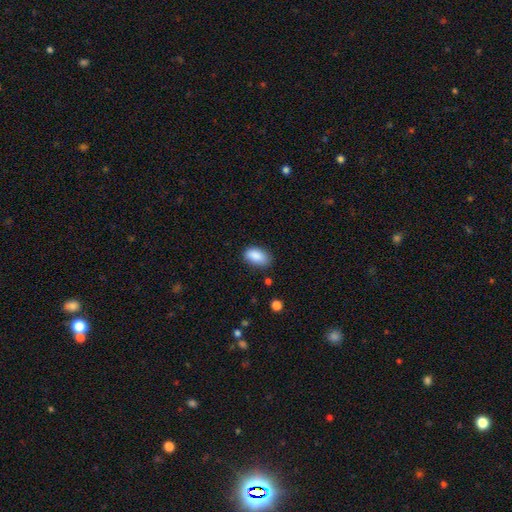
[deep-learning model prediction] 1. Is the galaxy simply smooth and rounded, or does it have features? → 88% smooth, 7% star or artifact, 4% featured or disk.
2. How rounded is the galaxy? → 93% in between, 5% round, 2% cigar-shaped.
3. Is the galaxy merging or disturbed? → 77% none, 18% minor disturbance, 3% major disturbance, 2% merger.